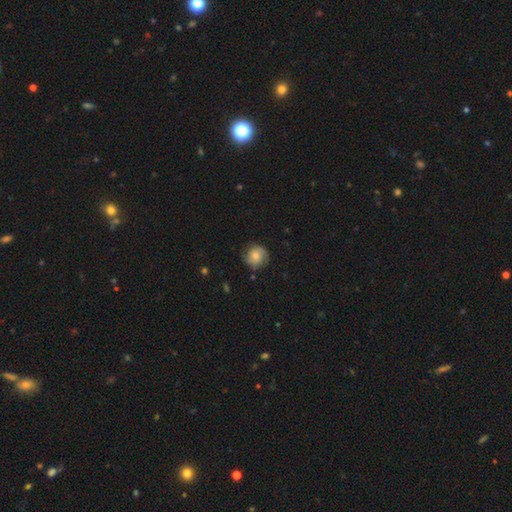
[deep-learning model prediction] Smooth or featured? featured or disk (52%)
Edge-on disk? no (97%)
Bar? no (71%)
Spiral arms? yes (90%)
Bulge size? moderate (50%)
Merging? none (79%)